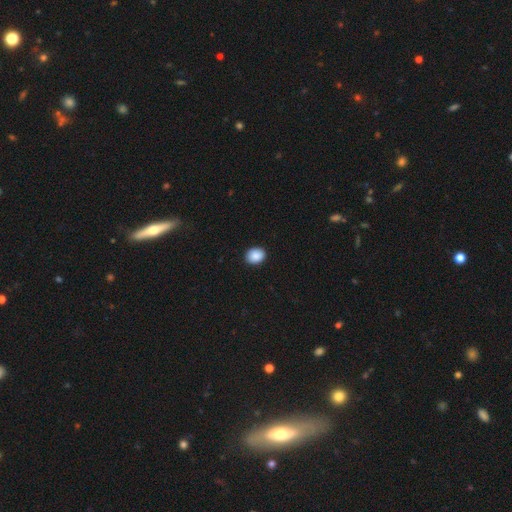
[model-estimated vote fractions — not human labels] This is clearly a smooth galaxy (89%). How rounded: possibly in between (52%). Merging: clearly none (90%).